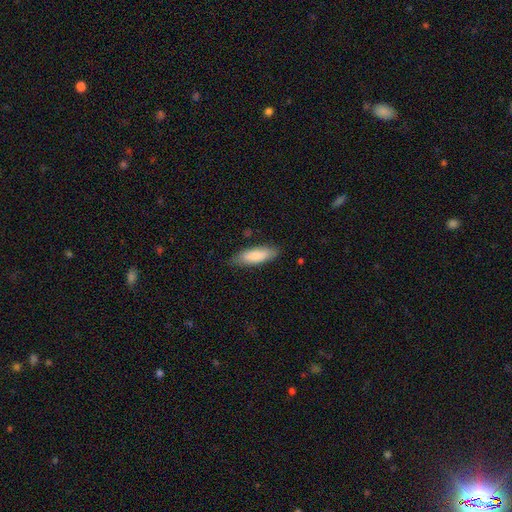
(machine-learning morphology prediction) Smooth or featured?
  - smooth: 83% *
  - featured or disk: 11%
  - star or artifact: 5%
How rounded?
  - in between: 55% *
  - cigar-shaped: 44%
  - round: 2%
Merging?
  - none: 81% *
  - minor disturbance: 15%
  - major disturbance: 3%
  - merger: 1%